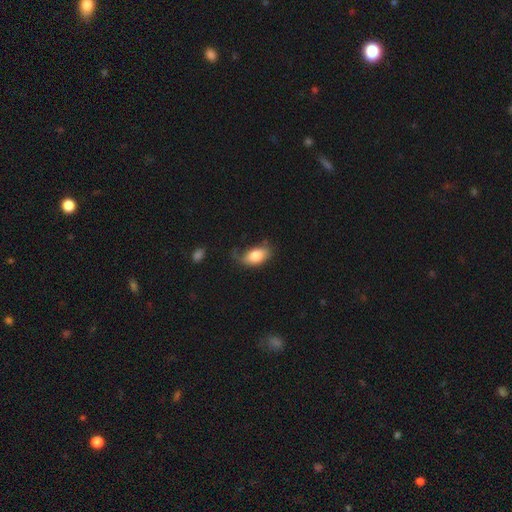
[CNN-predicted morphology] Q: Smooth or featured?
A: smooth (81%); runner-up: featured or disk (12%)
Q: How rounded?
A: in between (92%); runner-up: round (6%)
Q: Merging?
A: none (57%); runner-up: minor disturbance (29%)